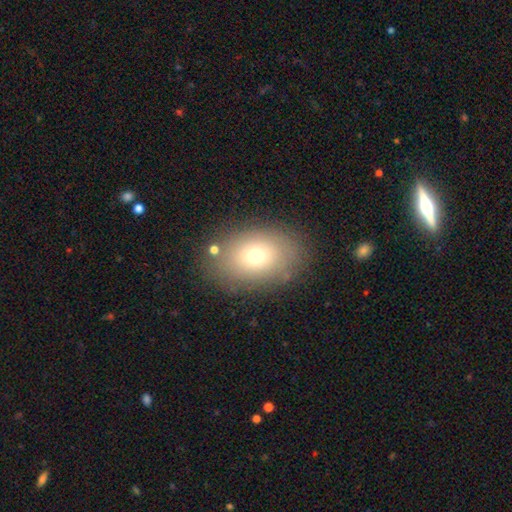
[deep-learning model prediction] This appears to be a smooth galaxy with no disk features (70%) that is in between round and cigar-shaped (79%). Merging: none (82%).